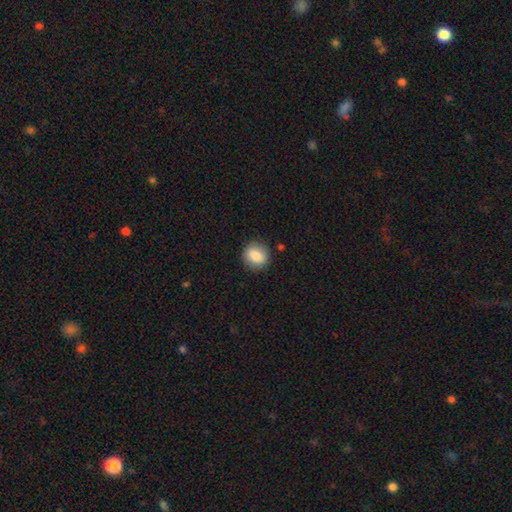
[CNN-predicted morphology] This appears to be a smooth galaxy with no disk features (86%) that is round (75%). Merging: none (86%).